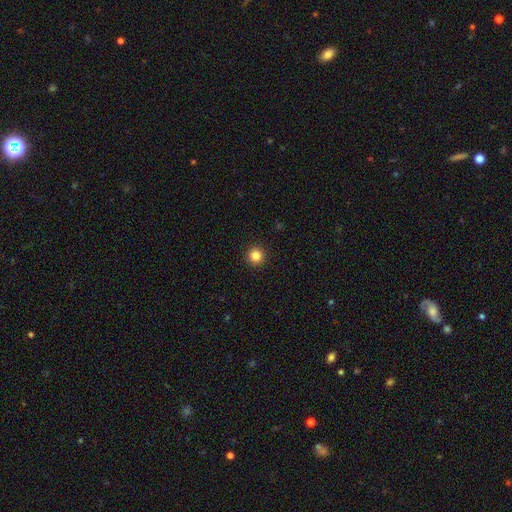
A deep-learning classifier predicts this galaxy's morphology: The model was most divided on "smooth or featured": smooth: 85%, star or artifact: 11%, featured or disk: 4%. More confident: how rounded — round (96%); merging — none (93%).